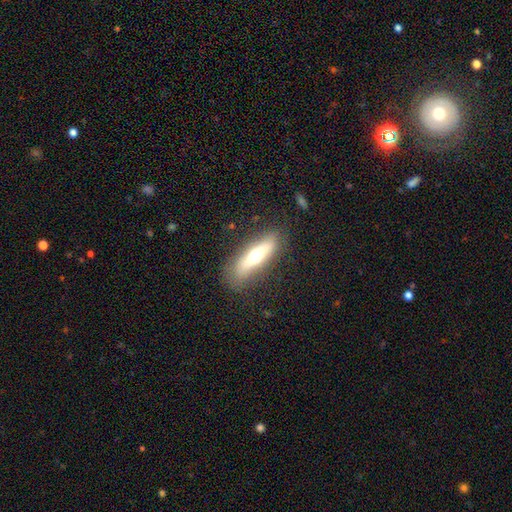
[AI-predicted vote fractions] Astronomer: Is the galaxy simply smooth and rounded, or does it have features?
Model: smooth — 52% (runner-up: featured or disk, 42%).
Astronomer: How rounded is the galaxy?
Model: cigar-shaped — 68%.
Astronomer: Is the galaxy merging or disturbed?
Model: none — 81%.